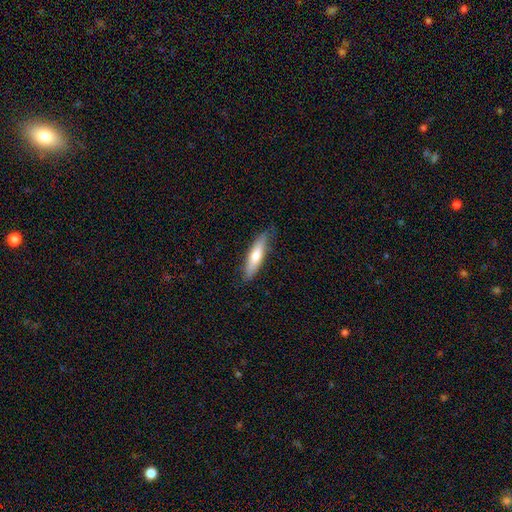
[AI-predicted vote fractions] A smooth galaxy with no disk features (66%) that is cigar-shaped (77%). Merging: none (81%).